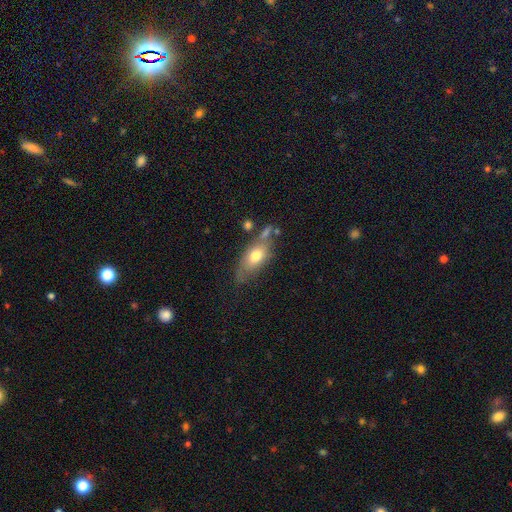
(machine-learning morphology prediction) A smooth galaxy with no disk features (66%) that is in between round and cigar-shaped (82%). Merging: none (53%).